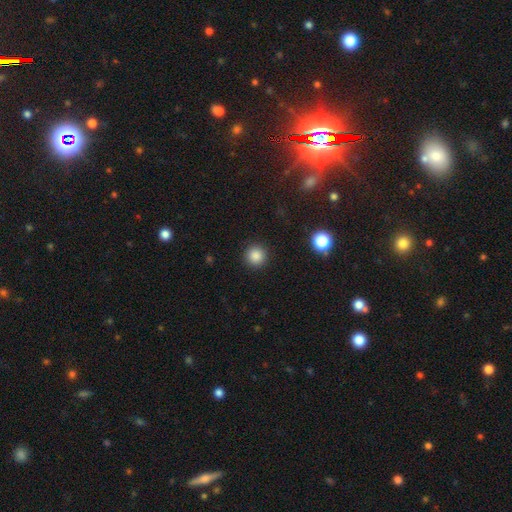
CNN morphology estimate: Smooth or featured? smooth (86%)
How rounded? round (95%)
Merging? none (92%)